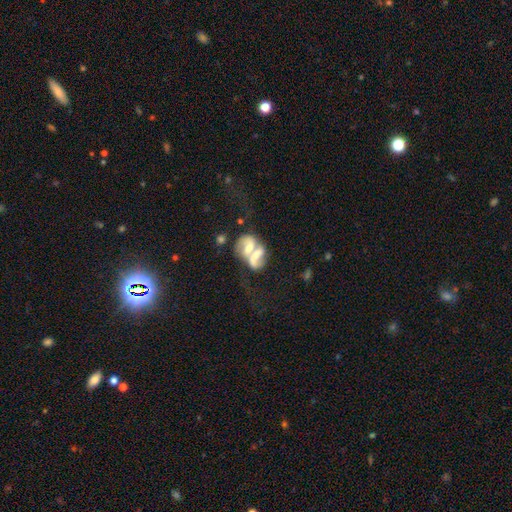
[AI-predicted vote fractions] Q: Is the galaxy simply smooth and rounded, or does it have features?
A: featured or disk — 64%.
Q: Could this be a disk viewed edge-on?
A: no — 95%.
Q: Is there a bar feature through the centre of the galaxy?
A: strong — 34%.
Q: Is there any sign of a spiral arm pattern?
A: yes — 68%.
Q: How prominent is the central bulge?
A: moderate — 45%.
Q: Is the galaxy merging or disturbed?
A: merger — 64%.